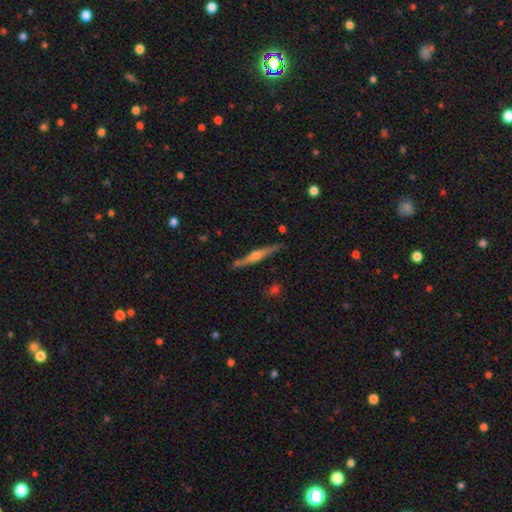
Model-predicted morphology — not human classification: A featured or disk galaxy (74%) viewed edge-on (97%) with a rounded central bulge (87%). Merging: none (86%).